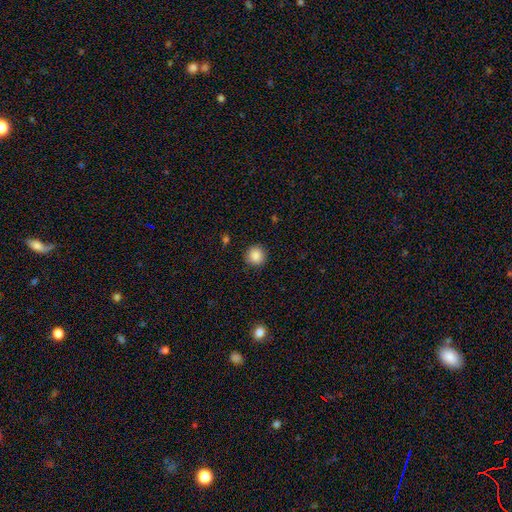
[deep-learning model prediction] Smooth or featured: smooth — 88% (star or artifact — 9%)
How rounded: round — 94% (in between — 5%)
Merging: none — 90% (minor disturbance — 6%)